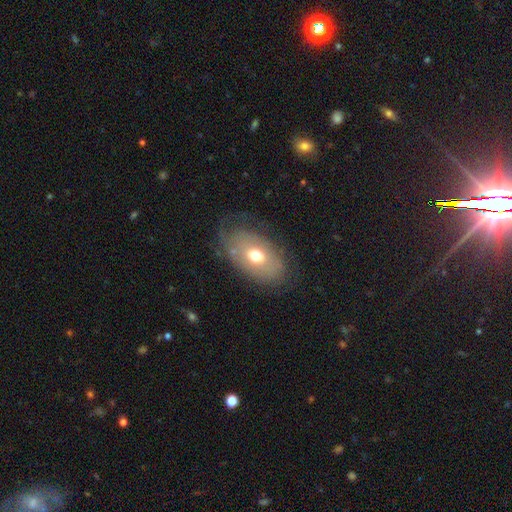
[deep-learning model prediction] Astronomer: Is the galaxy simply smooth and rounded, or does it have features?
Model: smooth — 54% (runner-up: featured or disk, 37%).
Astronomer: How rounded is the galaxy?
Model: in between — 88%.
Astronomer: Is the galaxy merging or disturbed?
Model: none — 60%.